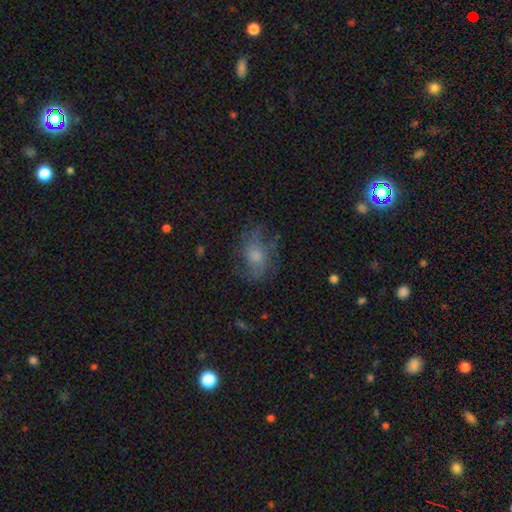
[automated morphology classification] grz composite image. It shows a featured or disk galaxy (54%) with no bar (75%), spiral arms (76%) and a moderate central bulge (46%). Merging: none (62%).